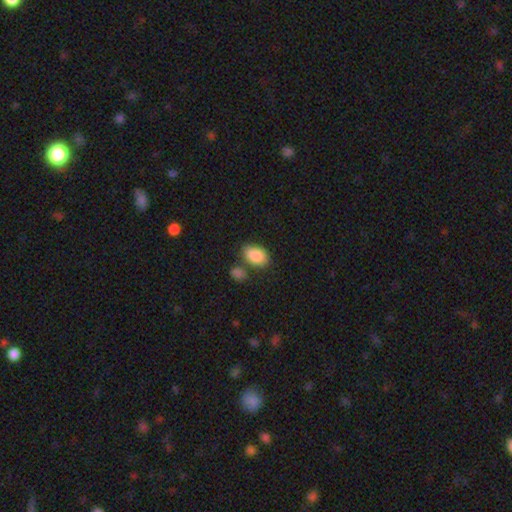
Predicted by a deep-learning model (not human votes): Smooth or featured: smooth — 88% (star or artifact — 7%)
How rounded: in between — 88% (round — 11%)
Merging: none — 64% (minor disturbance — 16%)